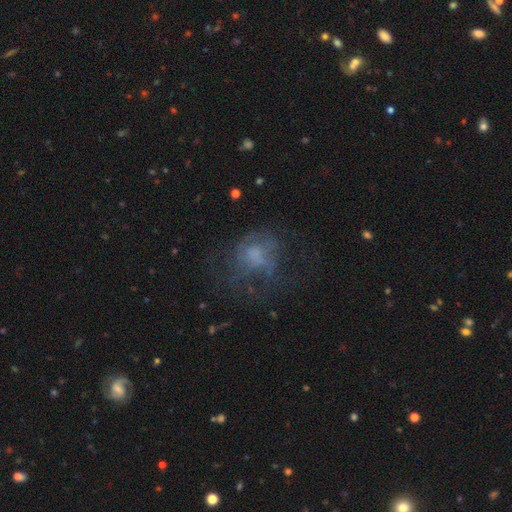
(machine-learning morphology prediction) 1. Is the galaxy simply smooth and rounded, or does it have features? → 45% featured or disk, 37% smooth, 18% star or artifact.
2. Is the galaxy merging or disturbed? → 44% none, 34% major disturbance, 19% minor disturbance, 3% merger.